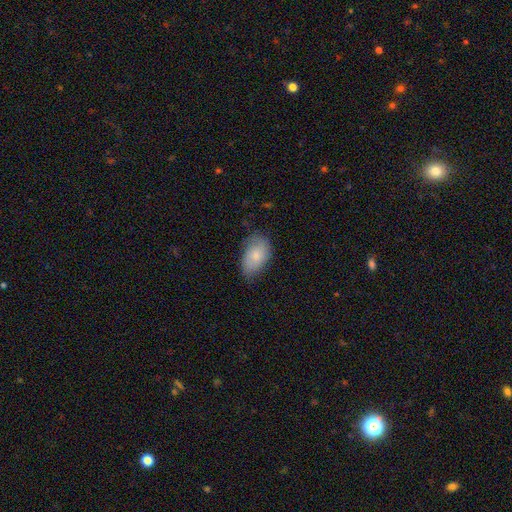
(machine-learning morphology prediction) Smooth or featured?
  - smooth: 73% *
  - featured or disk: 20%
  - star or artifact: 6%
How rounded?
  - in between: 92% *
  - round: 7%
  - cigar-shaped: 2%
Merging?
  - none: 64% *
  - minor disturbance: 29%
  - major disturbance: 6%
  - merger: 1%